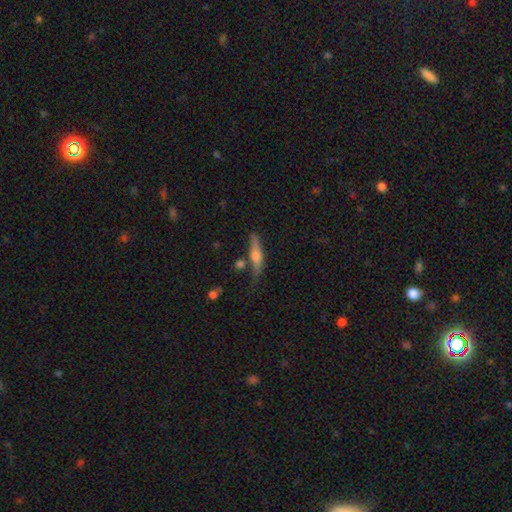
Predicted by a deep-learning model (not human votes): A featured or disk galaxy (48%).

Vote fractions:
- Smooth or featured? featured or disk: 48% / smooth: 44% / star or artifact: 7%
- Merging? none: 67% / minor disturbance: 19% / merger: 8% / major disturbance: 6%